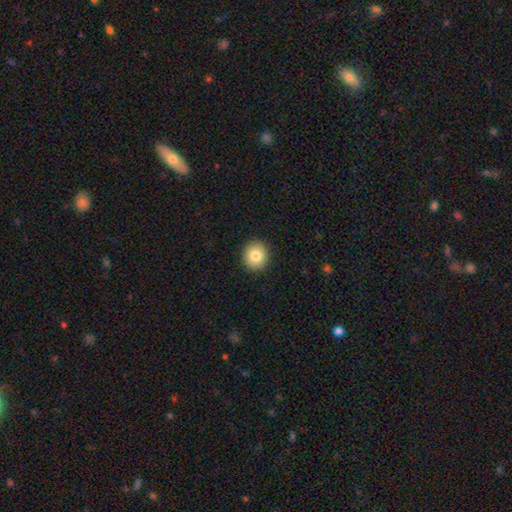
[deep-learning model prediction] smooth_or_featured: smooth (p=0.82) [alt: star or artifact p=0.09]
how_rounded: round (p=0.85) [alt: in between p=0.14]
merging: none (p=0.92) [alt: minor disturbance p=0.05]